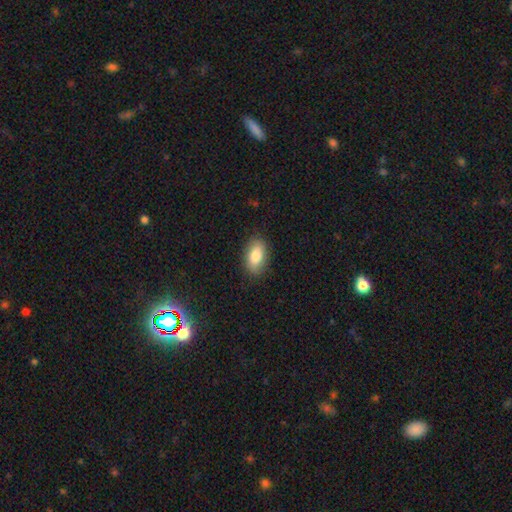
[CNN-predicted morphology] smooth 82%, featured or disk 12%, star or artifact 7%. Down the decision tree: how rounded — in between (91%); merging — none (84%).